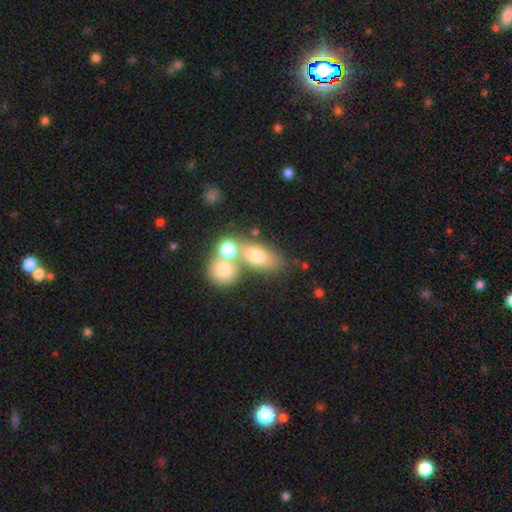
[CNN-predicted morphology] Smooth or featured? Predicted: smooth (p=0.69). How rounded? Predicted: in between (p=0.68). Merging? Predicted: merger (p=0.46).